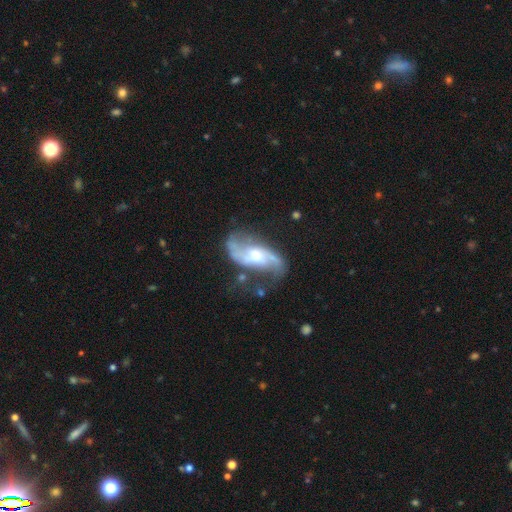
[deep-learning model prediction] featured or disk 86%, smooth 8%, star or artifact 5%. Down the decision tree: edge-on disk — no (95%); bar — weak (42%); spiral arms — yes (95%); spiral arm count — 2 (90%); spiral winding — loose (63%); bulge size — moderate (53%); merging — none (62%).